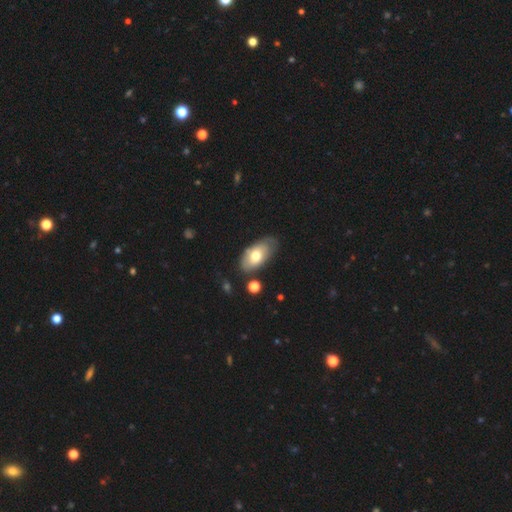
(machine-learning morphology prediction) Smooth or featured? Predicted: smooth (p=0.63). How rounded? Predicted: in between (p=0.93). Merging? Predicted: none (p=0.68).